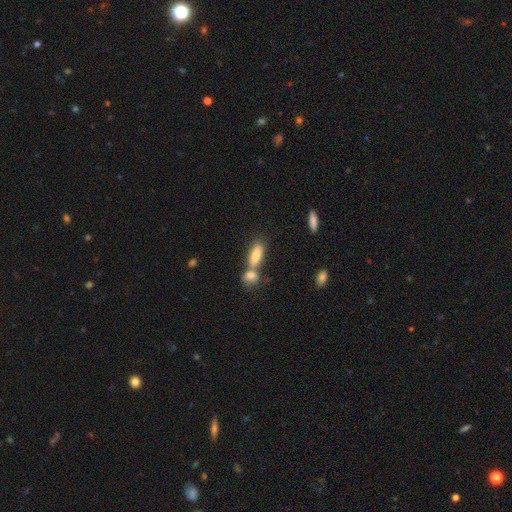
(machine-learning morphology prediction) The model was most divided on "merging": merger: 50%, none: 37%, minor disturbance: 9%, major disturbance: 4%. More confident: smooth or featured — smooth (82%); how rounded — in between (74%).